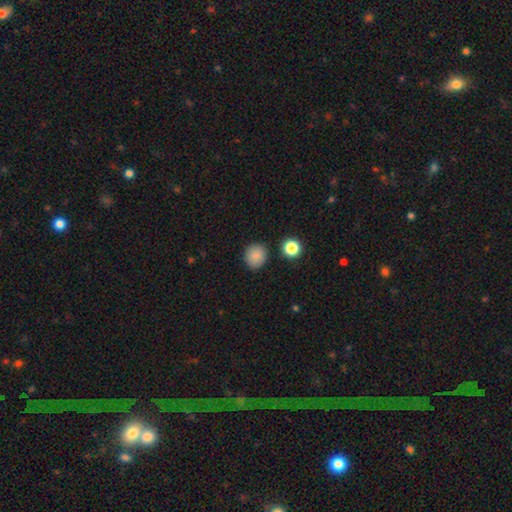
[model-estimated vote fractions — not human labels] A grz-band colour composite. It shows a smooth galaxy with no disk features (86%) that is round (88%). Merging: none (88%).